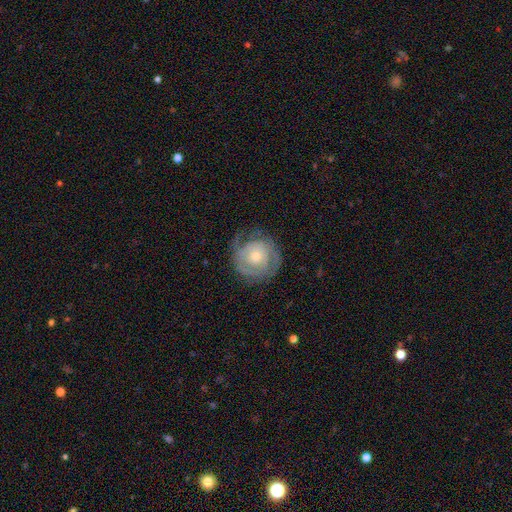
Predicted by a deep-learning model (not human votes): Q: Smooth or featured?
A: featured or disk (70%); runner-up: smooth (24%)
Q: Edge-on disk?
A: no (97%); runner-up: yes (3%)
Q: Bar?
A: no (80%); runner-up: weak (17%)
Q: Spiral arms?
A: yes (82%); runner-up: no (18%)
Q: Spiral winding?
A: tight (64%); runner-up: medium (26%)
Q: Spiral arm count?
A: 2 (39%); runner-up: can't tell (34%)
Q: Bulge size?
A: moderate (48%); runner-up: small (45%)
Q: Merging?
A: none (66%); runner-up: minor disturbance (21%)